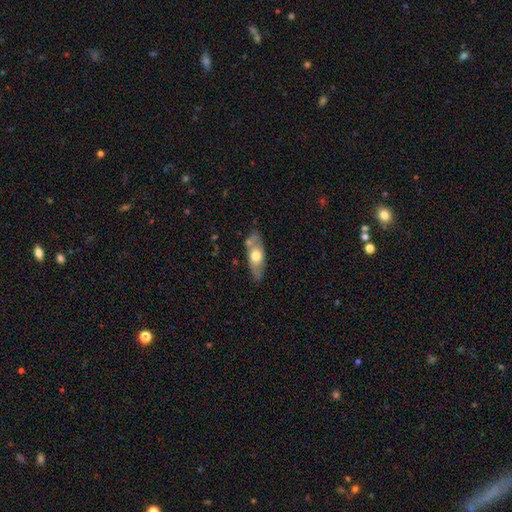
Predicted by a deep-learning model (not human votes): This appears to be a smooth galaxy with no disk features (52%) that is in between round and cigar-shaped (73%). Merging: none (71%).